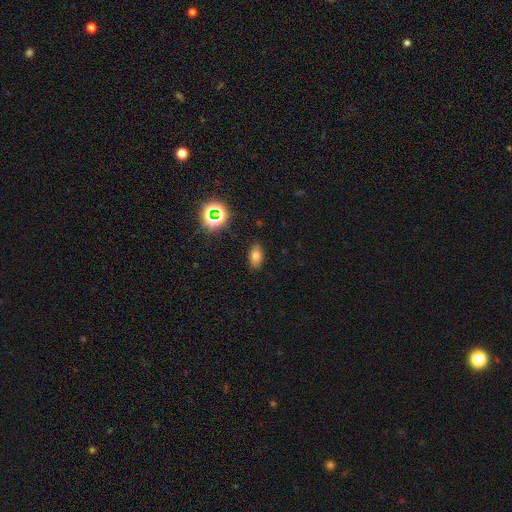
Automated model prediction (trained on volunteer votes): A smooth galaxy with no disk features (73%) that is in between round and cigar-shaped (88%). Merging: none (85%).